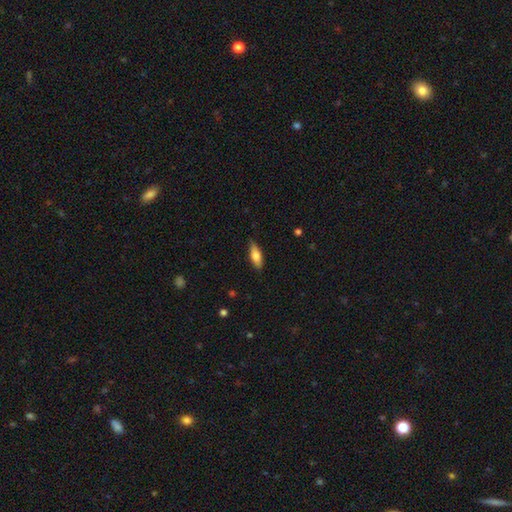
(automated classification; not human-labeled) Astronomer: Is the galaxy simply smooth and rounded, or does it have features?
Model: smooth — 74%.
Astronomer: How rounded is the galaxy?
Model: in between — 62%.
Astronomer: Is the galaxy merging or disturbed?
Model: none — 84%.